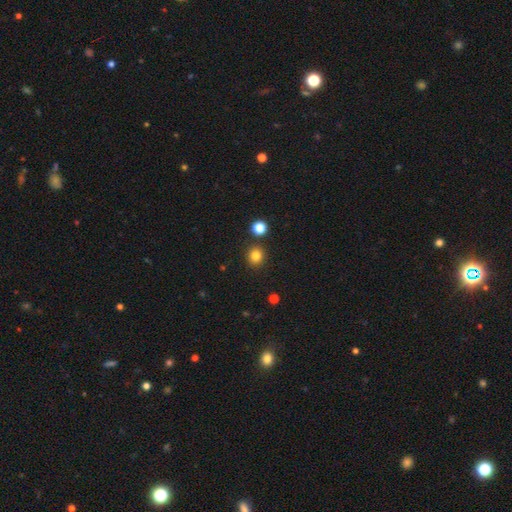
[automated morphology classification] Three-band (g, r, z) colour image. It shows a smooth galaxy with no disk features (82%) that is round (89%). Merging: none (88%).